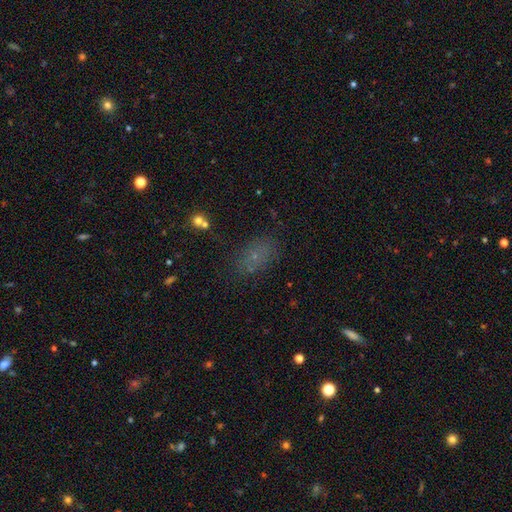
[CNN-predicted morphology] A smooth galaxy with no disk features (61%) that is in between round and cigar-shaped (83%).

Vote fractions:
- Smooth or featured? smooth: 61% / star or artifact: 25% / featured or disk: 14%
- How rounded? in between: 83% / round: 15% / cigar-shaped: 3%
- Merging? none: 76% / minor disturbance: 15% / major disturbance: 6% / merger: 3%